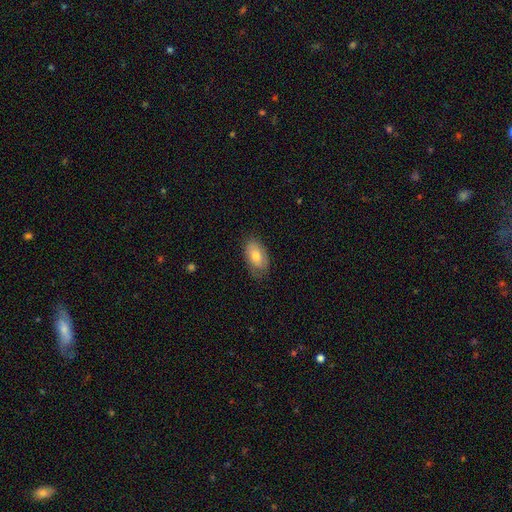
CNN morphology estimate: Smooth or featured? smooth (73%)
How rounded? in between (92%)
Merging? none (75%)